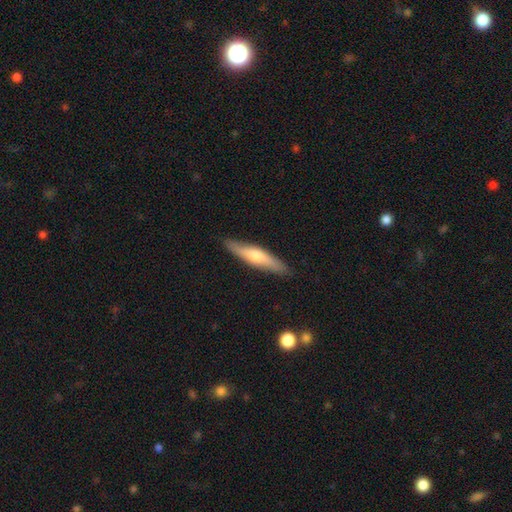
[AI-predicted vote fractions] Smooth or featured?
  - featured or disk: 48% *
  - smooth: 45%
  - star or artifact: 6%
Merging?
  - none: 88% *
  - minor disturbance: 9%
  - major disturbance: 2%
  - merger: 1%